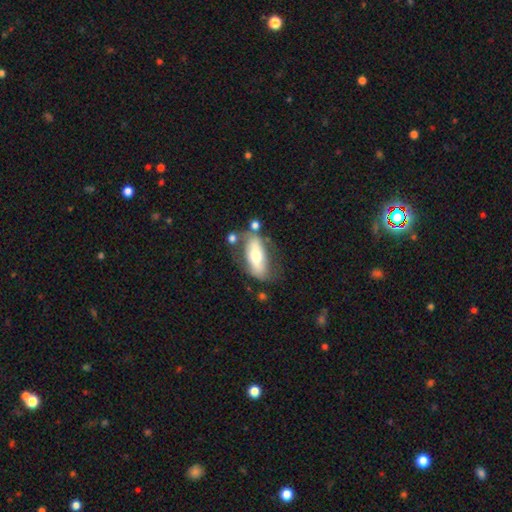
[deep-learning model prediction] Smooth or featured?
  - featured or disk: 50% *
  - smooth: 44%
  - star or artifact: 6%
Edge-on disk?
  - no: 74% *
  - yes: 26%
Merging?
  - none: 57% *
  - minor disturbance: 21%
  - major disturbance: 11%
  - merger: 10%